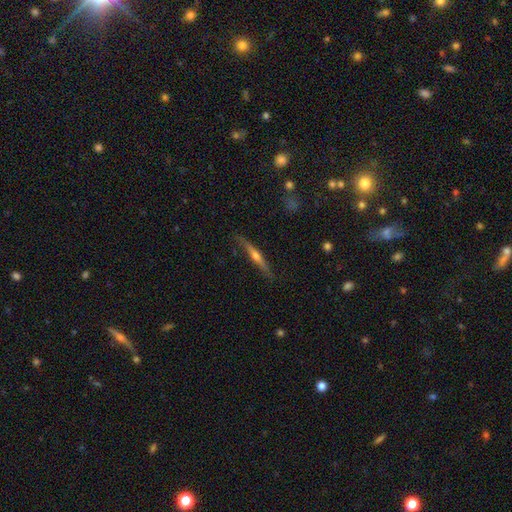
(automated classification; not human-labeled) This appears to be a featured or disk galaxy (70%) viewed edge-on (97%) with a rounded central bulge (88%). Merging: none (84%).